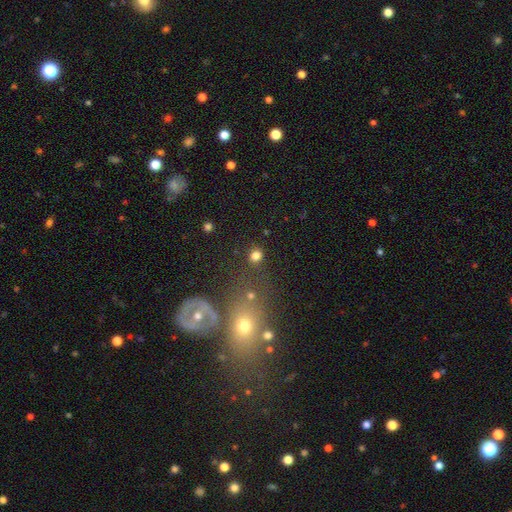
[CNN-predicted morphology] type=smooth (79%); roundness=round (75%); merging=none (78%).